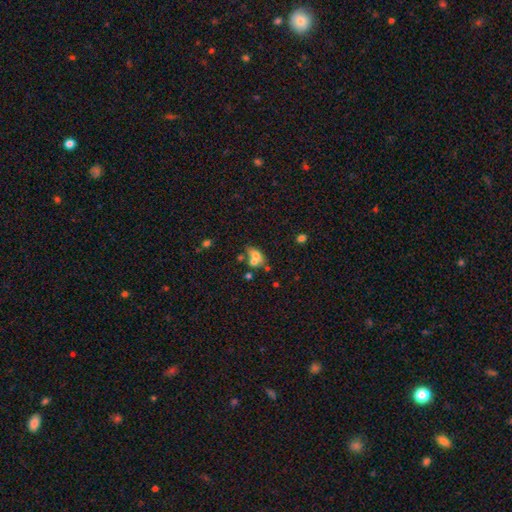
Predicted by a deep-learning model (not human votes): smooth_or_featured: smooth (p=0.60) [alt: featured or disk p=0.26]
how_rounded: in between (p=0.73) [alt: round p=0.22]
merging: merger (p=0.43) [alt: none p=0.35]